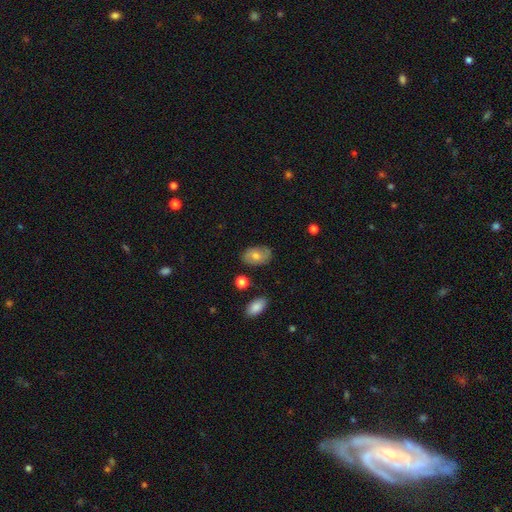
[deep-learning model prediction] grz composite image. It shows a smooth galaxy with no disk features (60%) that is in between round and cigar-shaped (86%). Merging: none (79%).